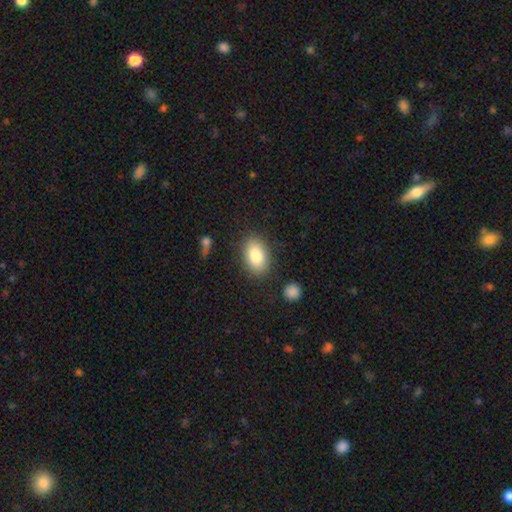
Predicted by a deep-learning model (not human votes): Smooth or featured: smooth — 83% (featured or disk — 10%)
How rounded: in between — 88% (round — 10%)
Merging: none — 83% (minor disturbance — 11%)